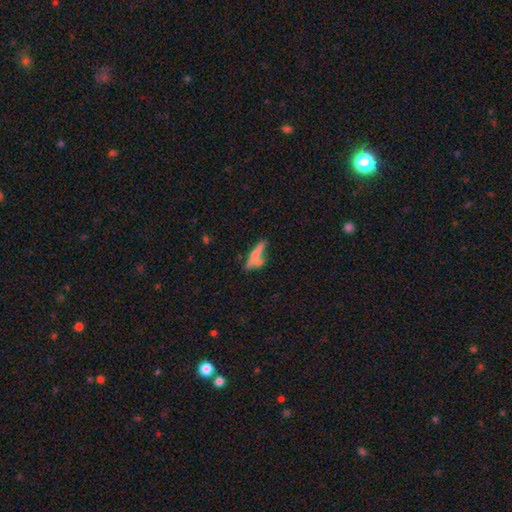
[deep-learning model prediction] Smooth or featured? smooth (59%)
How rounded? cigar-shaped (77%)
Merging? none (47%)